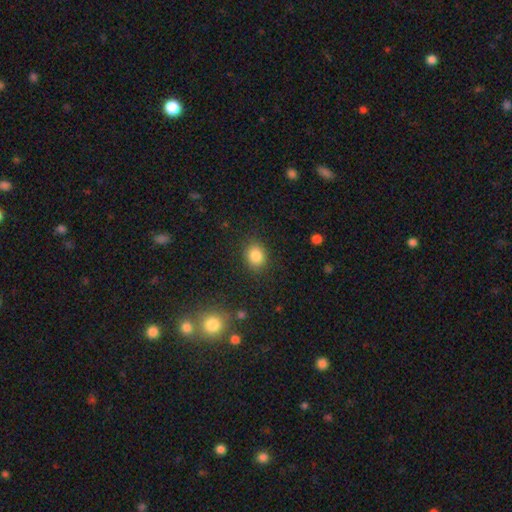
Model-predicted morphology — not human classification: smooth-or-featured: smooth: 85% | star or artifact: 10% | featured or disk: 5%
  how-rounded: round: 61% | in between: 38% | cigar-shaped: 1%
  merging: none: 86% | minor disturbance: 9% | major disturbance: 3% | merger: 2%